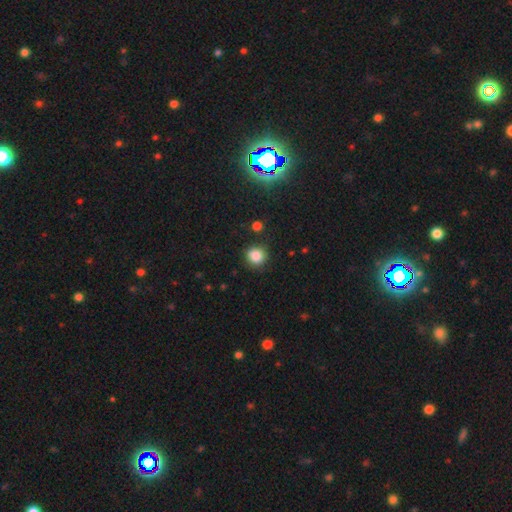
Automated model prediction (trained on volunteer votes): smooth 84%, star or artifact 11%, featured or disk 4%. Down the decision tree: how rounded — round (90%); merging — none (85%).